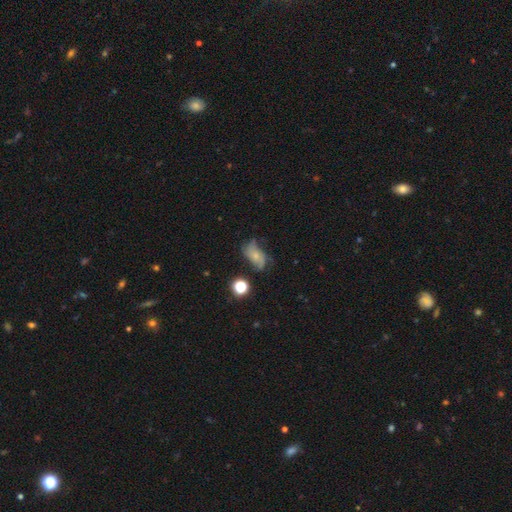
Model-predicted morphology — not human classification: The model was most divided on "smooth or featured" (2-way tie): featured or disk: 44%, smooth: 44%, star or artifact: 13%. Remaining: merging — none (42%).